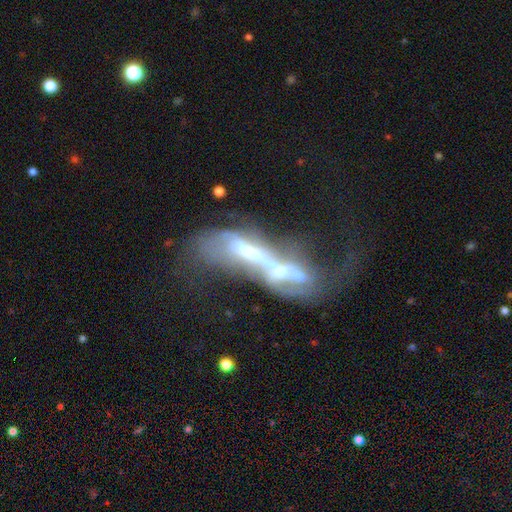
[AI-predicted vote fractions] smooth-or-featured: featured or disk: 70% | smooth: 19% | star or artifact: 11%
  disk-edge-on: no: 74% | yes: 26%
    bar: no: 52% | strong: 24% | weak: 24%
    has-spiral-arms: no: 58% | yes: 42%
    bulge-size: moderate: 42% | small: 37% | none: 13% | large: 6% | dominant: 2%
  merging: merger: 69% | major disturbance: 18% | none: 8% | minor disturbance: 5%